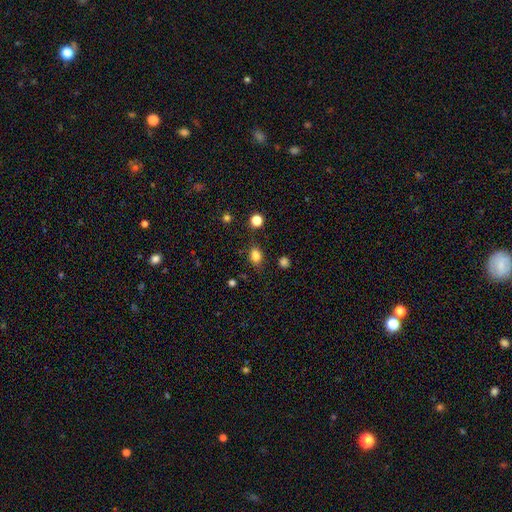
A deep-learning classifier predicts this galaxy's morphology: The model was most divided on "how rounded": in between: 68%, round: 30%, cigar-shaped: 2%. More confident: smooth or featured — smooth (82%); merging — none (77%).